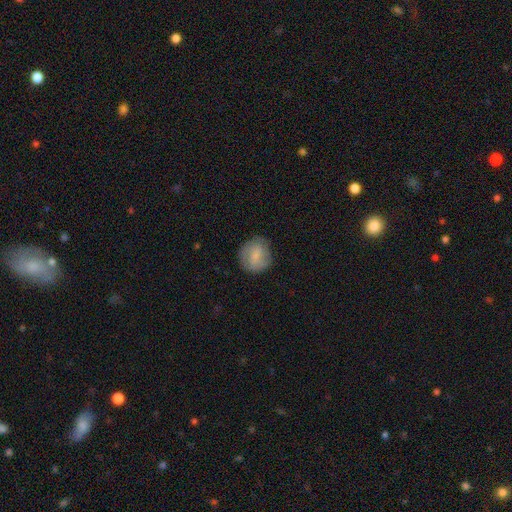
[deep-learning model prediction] A smooth galaxy with no disk features (69%) that is round (85%). Merging: none (77%).